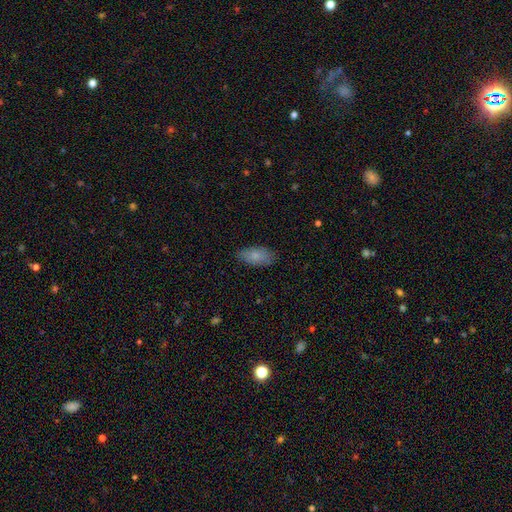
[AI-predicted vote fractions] This appears to be a smooth galaxy with no disk features (83%) that is in between round and cigar-shaped (91%). Merging: none (80%).